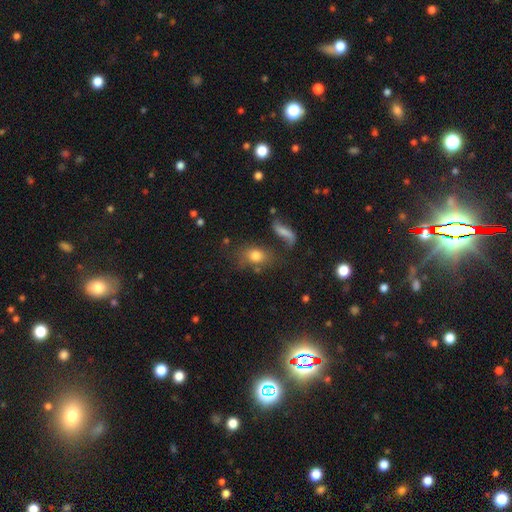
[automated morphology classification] Smooth or featured? smooth (73%)
How rounded? in between (68%)
Merging? none (57%)